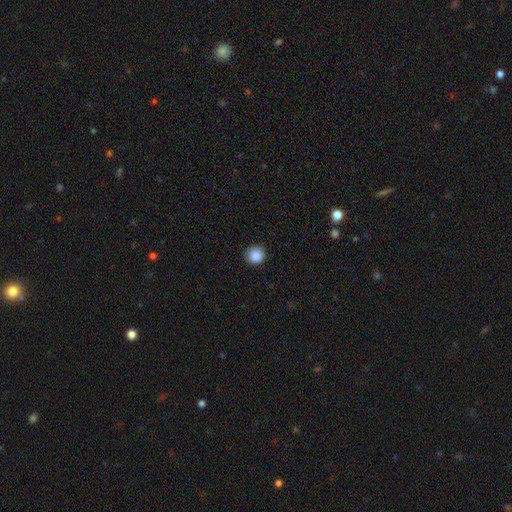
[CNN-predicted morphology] smooth 88%, star or artifact 9%, featured or disk 3%. Down the decision tree: how rounded — round (93%); merging — none (86%).